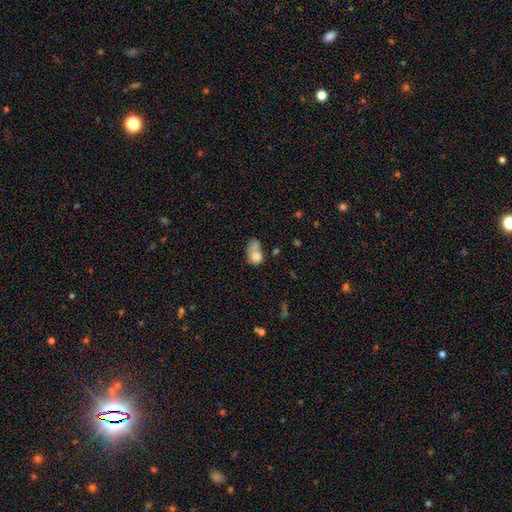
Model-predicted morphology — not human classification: This appears to be a smooth galaxy with no disk features (75%) that is in between round and cigar-shaped (71%). Merging: merger (34%).